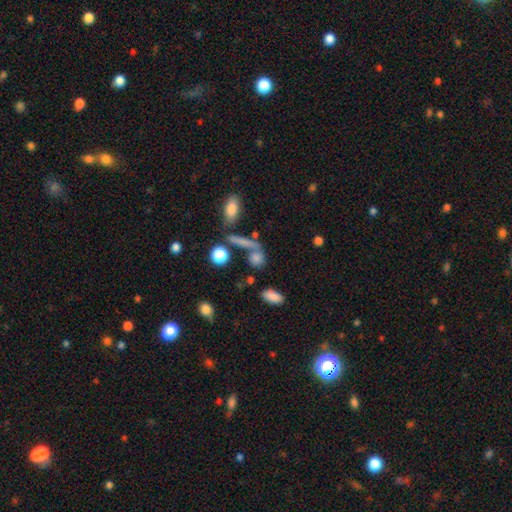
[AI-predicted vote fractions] Morphology: type=smooth (72%); roundness=round (46%); merging=none (48%).